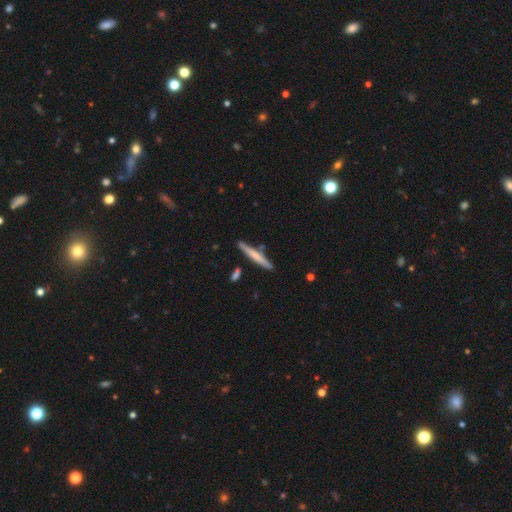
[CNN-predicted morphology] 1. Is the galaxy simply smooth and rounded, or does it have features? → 54% smooth, 41% featured or disk, 5% star or artifact.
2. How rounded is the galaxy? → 95% cigar-shaped, 4% in between, 1% round.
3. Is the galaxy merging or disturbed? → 82% none, 10% minor disturbance, 5% merger, 2% major disturbance.